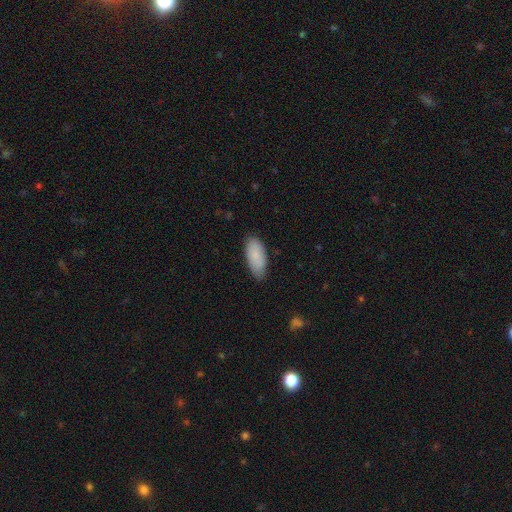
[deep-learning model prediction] The model was most divided on "merging": none: 78%, minor disturbance: 18%, major disturbance: 3%, merger: 1%. More confident: how rounded — in between (89%); smooth or featured — smooth (87%).